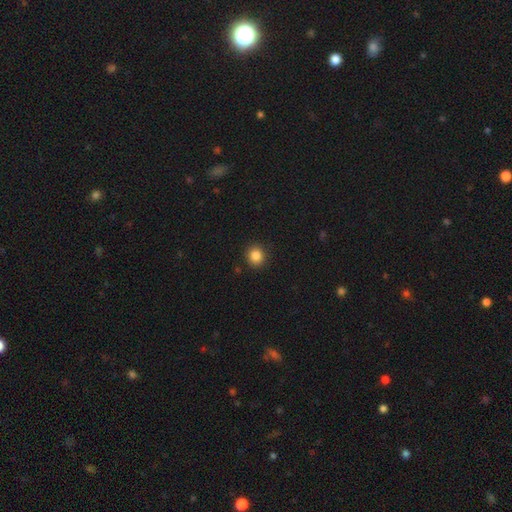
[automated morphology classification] smooth 86%, star or artifact 11%, featured or disk 4%. Down the decision tree: how rounded — round (87%); merging — none (91%).